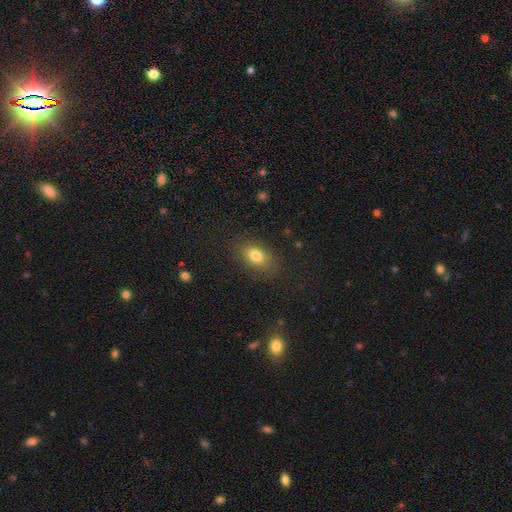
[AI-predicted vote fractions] The model was most divided on "smooth or featured": smooth: 79%, featured or disk: 11%, star or artifact: 10%. More confident: how rounded — in between (85%); merging — none (82%).